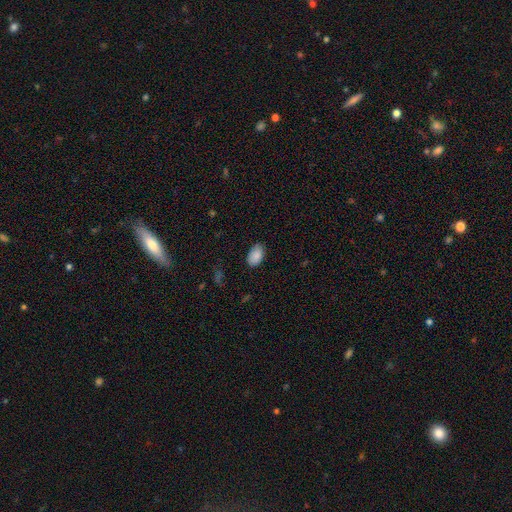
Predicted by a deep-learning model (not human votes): smooth 89%, star or artifact 7%, featured or disk 4%. Down the decision tree: how rounded — in between (91%); merging — none (81%).